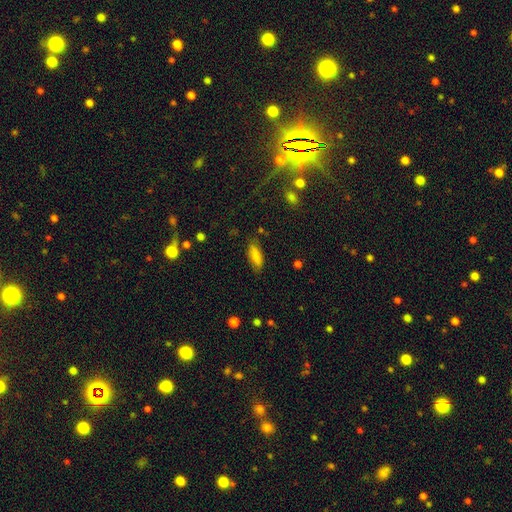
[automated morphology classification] Smooth or featured: smooth — 79% (featured or disk — 13%)
How rounded: in between — 68% (cigar-shaped — 29%)
Merging: none — 81% (minor disturbance — 14%)